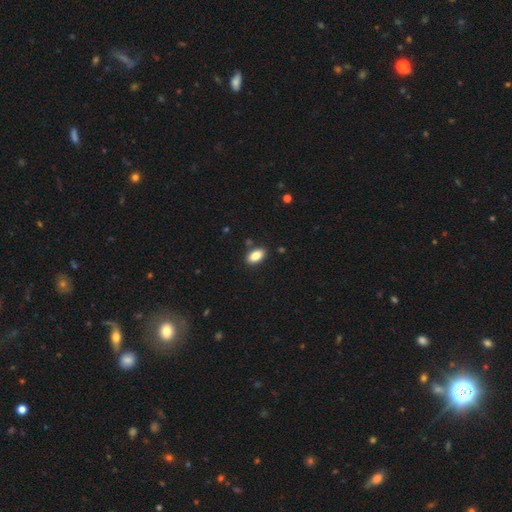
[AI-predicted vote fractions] smooth-or-featured: smooth: 86% | star or artifact: 8% | featured or disk: 6%
  how-rounded: in between: 92% | round: 5% | cigar-shaped: 4%
  merging: none: 86% | minor disturbance: 9% | merger: 3% | major disturbance: 2%